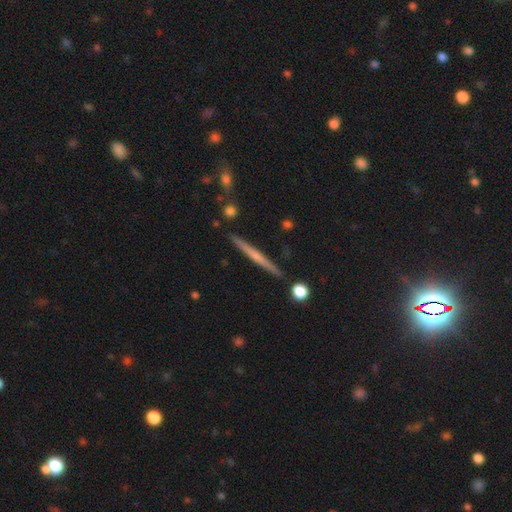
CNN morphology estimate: A featured or disk galaxy (58%) viewed edge-on (98%) with no central bulge (61%).

Vote fractions:
- Smooth or featured? featured or disk: 58% / smooth: 36% / star or artifact: 6%
- Edge-on disk? yes: 98% / no: 2%
- Edge-on bulge? none: 61% / rounded: 33% / boxy: 7%
- Merging? none: 90% / minor disturbance: 7% / merger: 2% / major disturbance: 1%